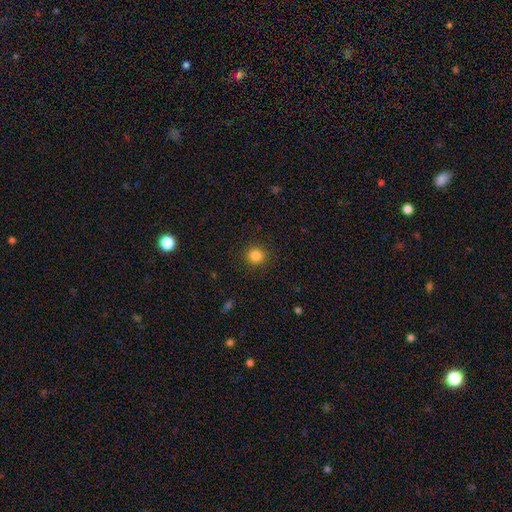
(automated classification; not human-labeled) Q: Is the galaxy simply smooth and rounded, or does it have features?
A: smooth — 84%.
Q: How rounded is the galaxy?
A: round — 91%.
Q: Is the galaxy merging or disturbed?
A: none — 90%.